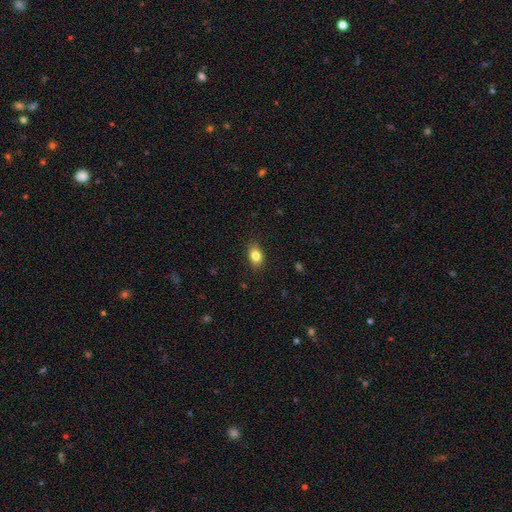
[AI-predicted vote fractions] Smooth or featured? smooth (84%)
How rounded? in between (77%)
Merging? none (87%)